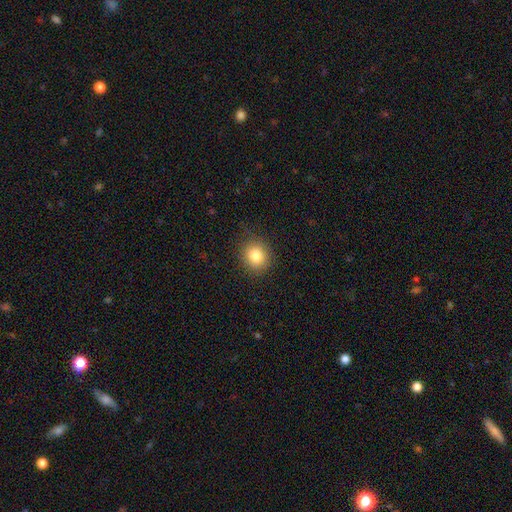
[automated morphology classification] smooth-or-featured: smooth: 82% | star or artifact: 11% | featured or disk: 7%
  how-rounded: round: 83% | in between: 16% | cigar-shaped: 1%
  merging: none: 85% | minor disturbance: 10% | major disturbance: 3% | merger: 1%